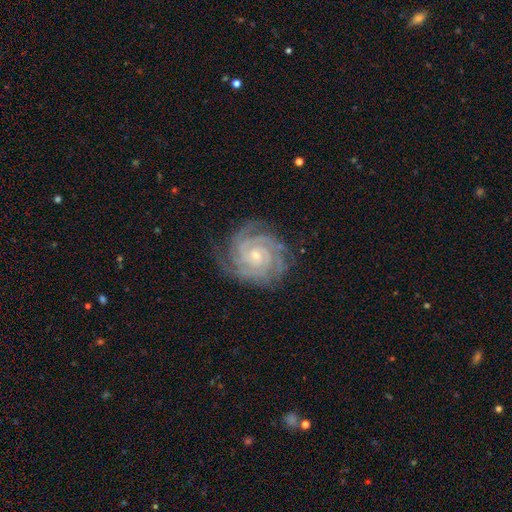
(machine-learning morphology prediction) Smooth or featured? featured or disk (91%)
Edge-on disk? no (98%)
Bar? no (71%)
Spiral arms? yes (99%)
Spiral winding? tight (83%)
Spiral arm count? 3 (30%)
Bulge size? small (69%)
Merging? none (81%)